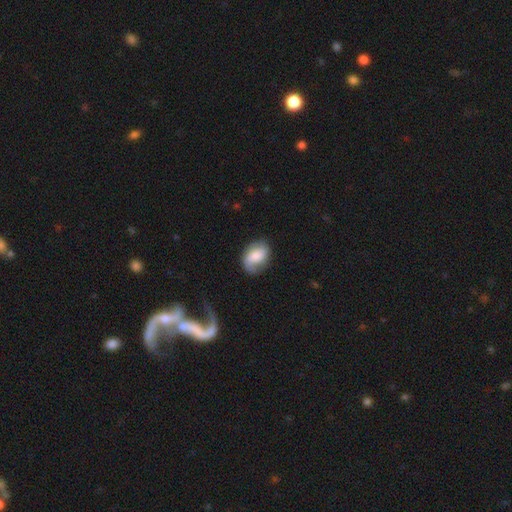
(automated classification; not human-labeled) Overall: smooth (63%; featured or disk 30%). How rounded: in between (77%). Merging: none (64%; minor disturbance 24%).